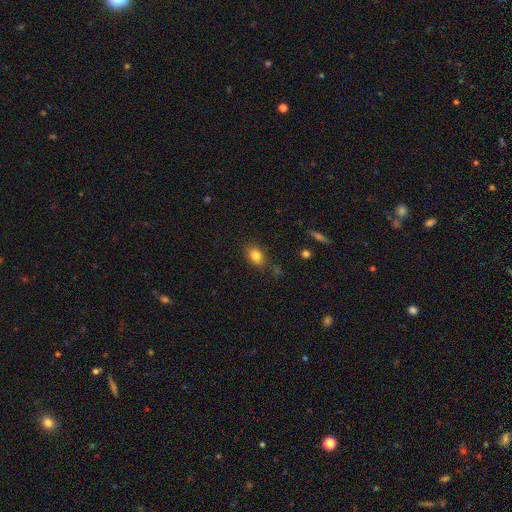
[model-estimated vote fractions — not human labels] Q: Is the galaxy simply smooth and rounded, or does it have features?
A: smooth — 83%.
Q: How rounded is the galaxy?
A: in between — 66%.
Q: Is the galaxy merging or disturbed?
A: none — 80%.